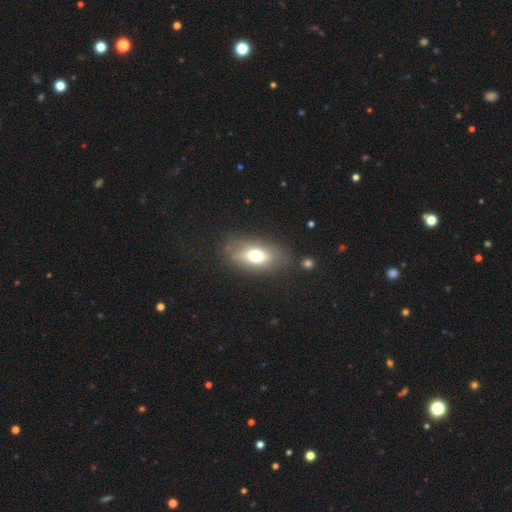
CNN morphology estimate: smooth 60%, featured or disk 30%, star or artifact 10%. Down the decision tree: how rounded — in between (80%); merging — none (74%).